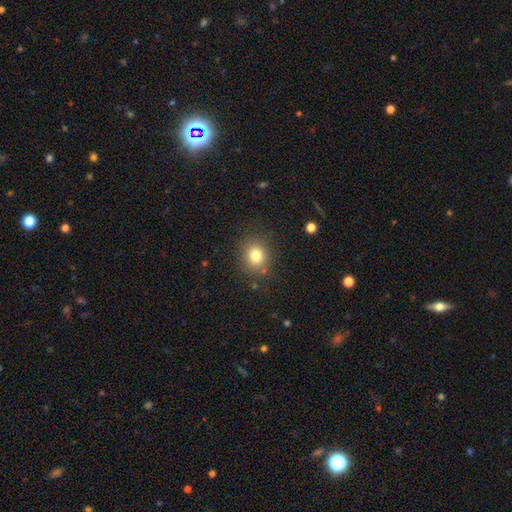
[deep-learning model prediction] Smooth or featured?
  - smooth: 80% *
  - star or artifact: 13%
  - featured or disk: 8%
How rounded?
  - round: 78% *
  - in between: 21%
  - cigar-shaped: 1%
Merging?
  - none: 84% *
  - minor disturbance: 10%
  - major disturbance: 4%
  - merger: 2%